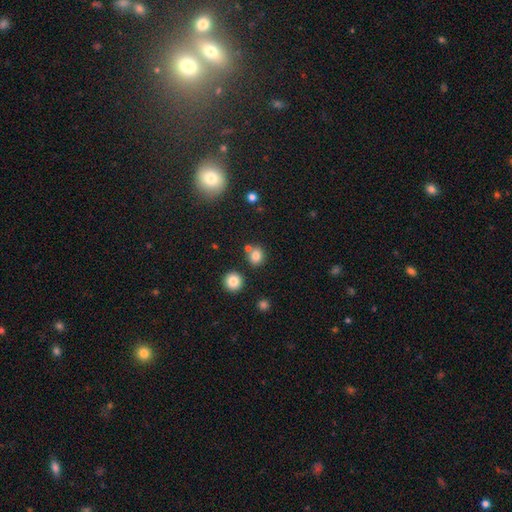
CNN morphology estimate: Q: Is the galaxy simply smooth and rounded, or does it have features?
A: smooth — 80%.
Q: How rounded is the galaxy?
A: round — 74%.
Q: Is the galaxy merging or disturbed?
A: none — 73%.